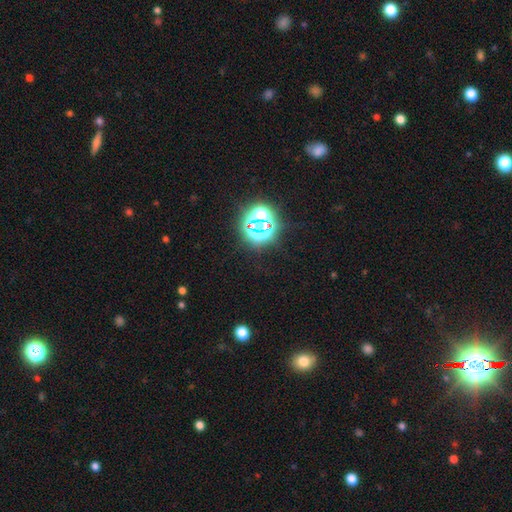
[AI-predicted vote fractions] This appears to be a star or artifact, not a galaxy (78%).